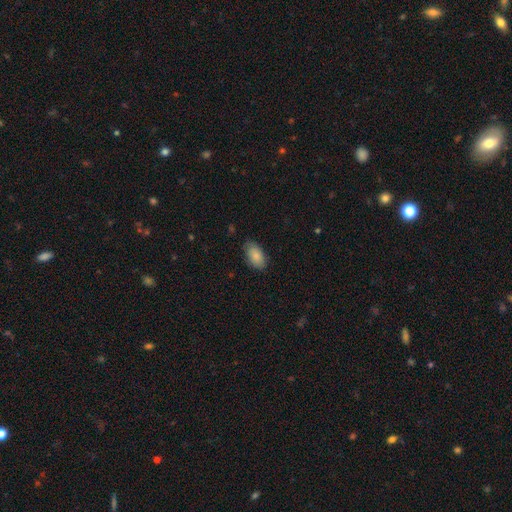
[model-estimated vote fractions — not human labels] Overall: smooth (86%). How rounded: in between (94%). Merging: none (77%).